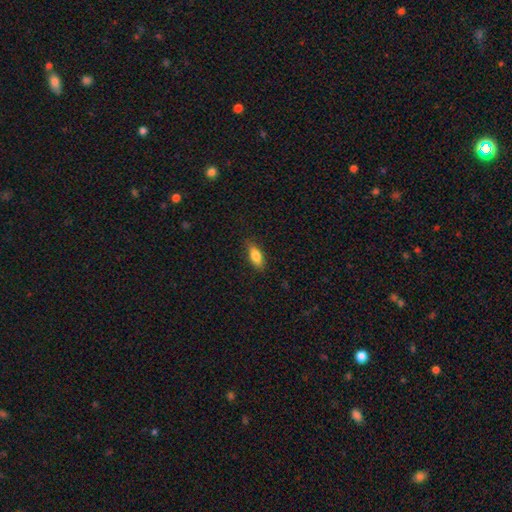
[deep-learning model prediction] Overall: smooth (82%). How rounded: in between (78%). Merging: none (82%).